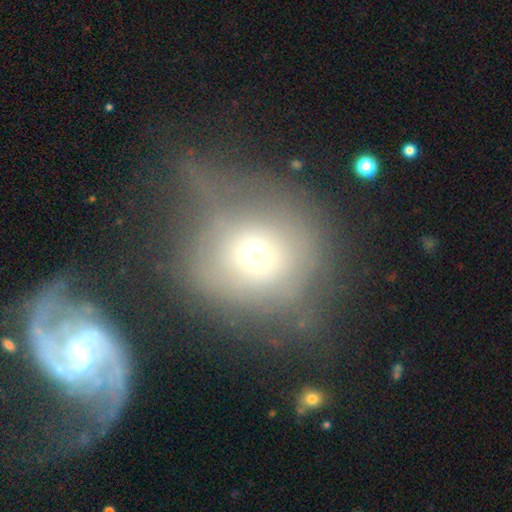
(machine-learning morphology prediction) smooth-or-featured: smooth: 56% | featured or disk: 31% | star or artifact: 14%
  how-rounded: round: 86% | in between: 12% | cigar-shaped: 1%
  merging: none: 43% | major disturbance: 22% | minor disturbance: 20% | merger: 15%